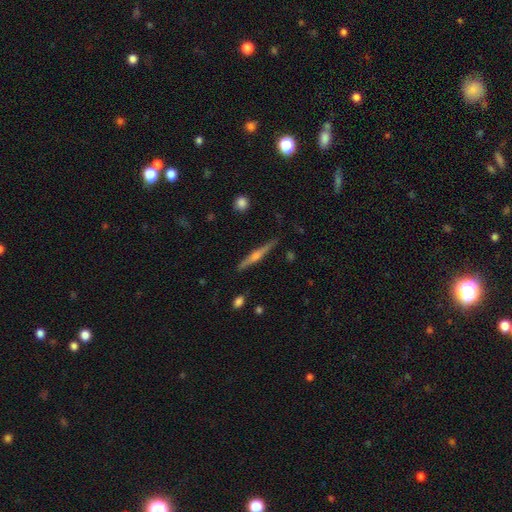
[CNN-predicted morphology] type=featured or disk (76%); edge-on=yes (98%); edge-on bulge=rounded (86%); merging=none (90%).